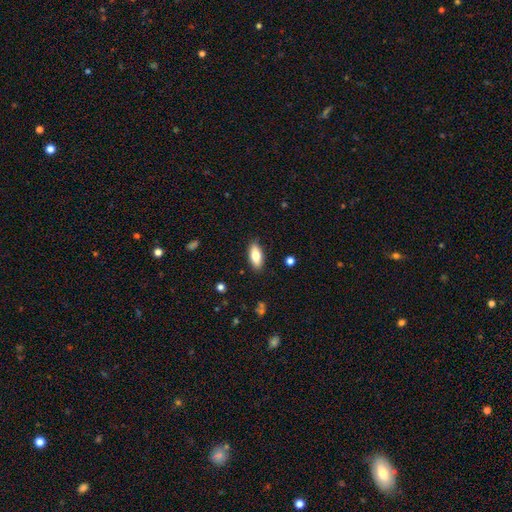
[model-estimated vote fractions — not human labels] Smooth or featured?
  - smooth: 77% *
  - featured or disk: 17%
  - star or artifact: 7%
How rounded?
  - in between: 82% *
  - cigar-shaped: 16%
  - round: 2%
Merging?
  - none: 87% *
  - minor disturbance: 10%
  - major disturbance: 2%
  - merger: 1%